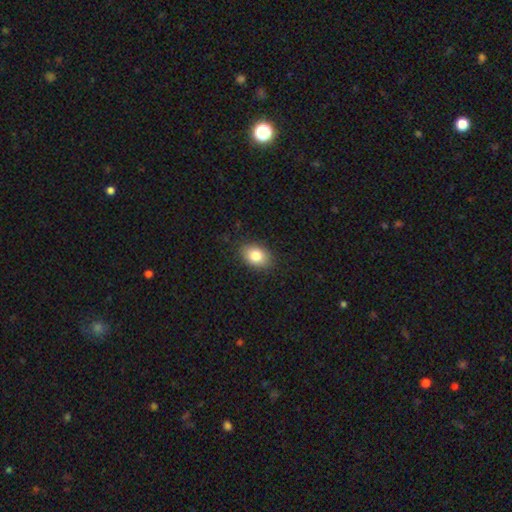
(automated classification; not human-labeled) A smooth galaxy with no disk features (82%) that is in between round and cigar-shaped (76%).

Vote fractions:
- Smooth or featured? smooth: 82% / star or artifact: 9% / featured or disk: 9%
- How rounded? in between: 76% / round: 23% / cigar-shaped: 1%
- Merging? none: 87% / minor disturbance: 10% / major disturbance: 2% / merger: 1%